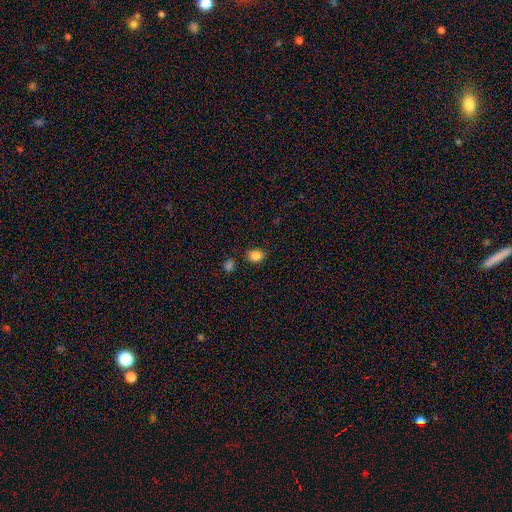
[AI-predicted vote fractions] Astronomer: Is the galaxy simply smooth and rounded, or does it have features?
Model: smooth — 85%.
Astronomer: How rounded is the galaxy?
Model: in between — 52% (runner-up: round, 47%).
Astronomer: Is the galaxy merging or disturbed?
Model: none — 82%.